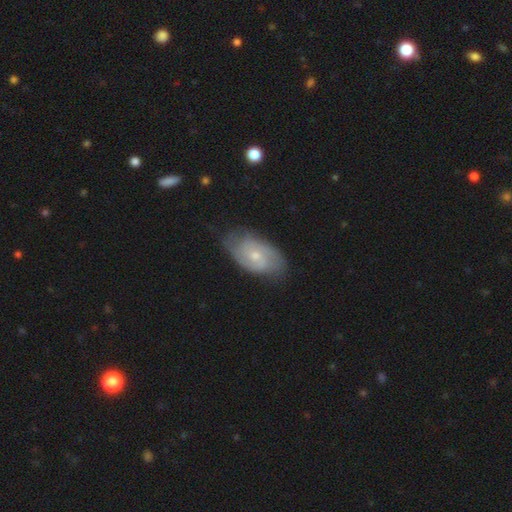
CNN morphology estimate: featured or disk 68%, smooth 26%, star or artifact 6%. Down the decision tree: edge-on disk — no (95%); bar — no (63%); spiral arms — yes (88%); spiral arm count — 2 (63%); spiral winding — tight (46%); bulge size — small (55%); merging — none (68%).